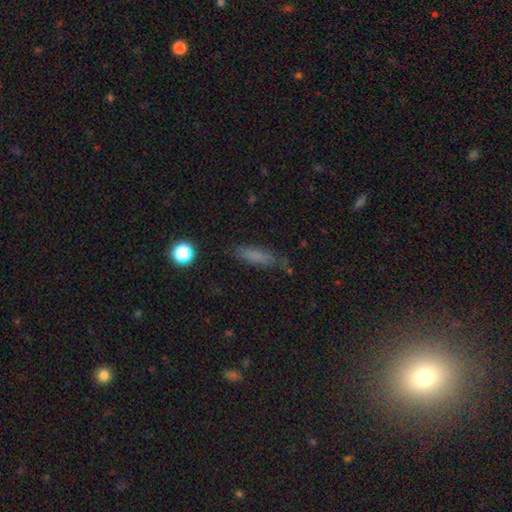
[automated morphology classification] This is likely a smooth galaxy (76%). How rounded: likely cigar-shaped (64%). Merging: likely none (76%).